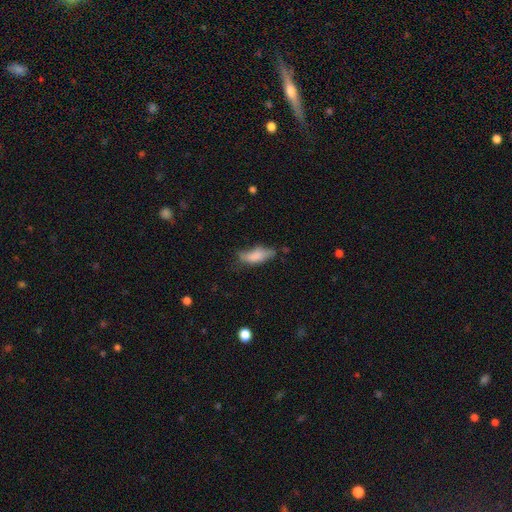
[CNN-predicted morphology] A smooth galaxy with no disk features (77%) that is in between round and cigar-shaped (67%).

Vote fractions:
- Smooth or featured? smooth: 77% / featured or disk: 15% / star or artifact: 8%
- How rounded? in between: 67% / cigar-shaped: 30% / round: 2%
- Merging? none: 47% / minor disturbance: 35% / major disturbance: 15% / merger: 4%